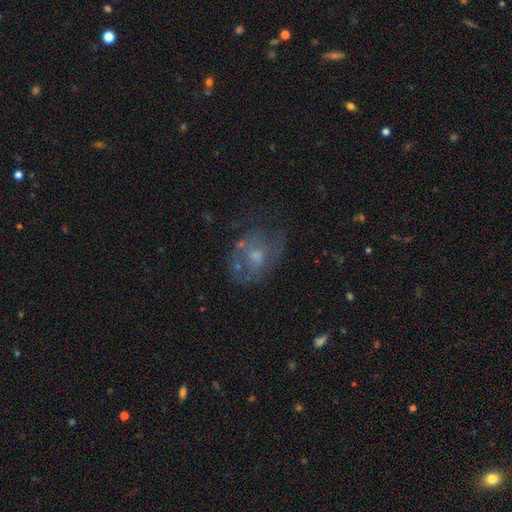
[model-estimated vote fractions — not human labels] featured or disk 52%, smooth 36%, star or artifact 12%. Down the decision tree: edge-on disk — no (96%); merging — none (47%).